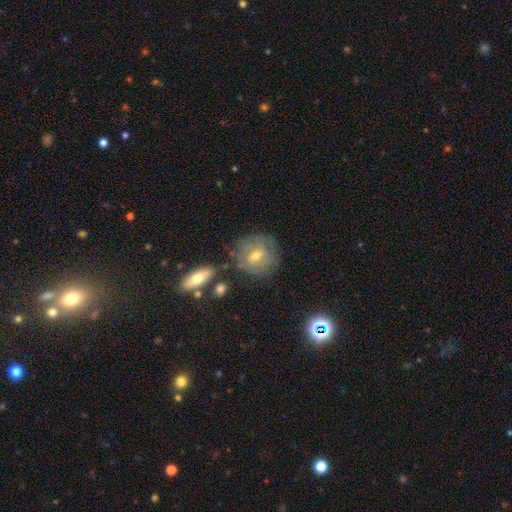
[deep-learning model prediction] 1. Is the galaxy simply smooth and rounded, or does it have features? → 48% smooth, 43% featured or disk, 9% star or artifact.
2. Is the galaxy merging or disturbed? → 69% none, 18% minor disturbance, 7% major disturbance, 5% merger.